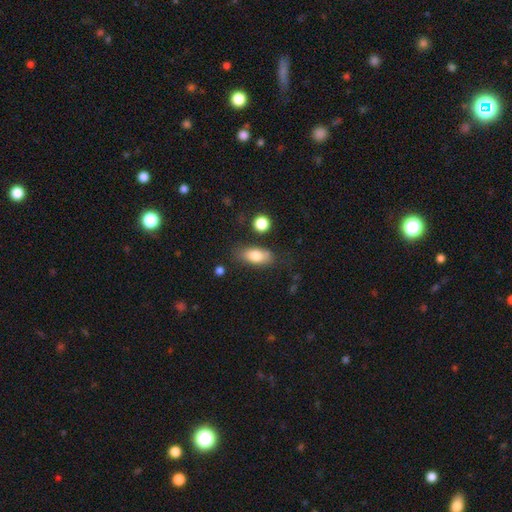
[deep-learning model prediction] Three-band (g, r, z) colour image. It shows a smooth galaxy with no disk features (79%) that is in between round and cigar-shaped (83%). Merging: none (72%).